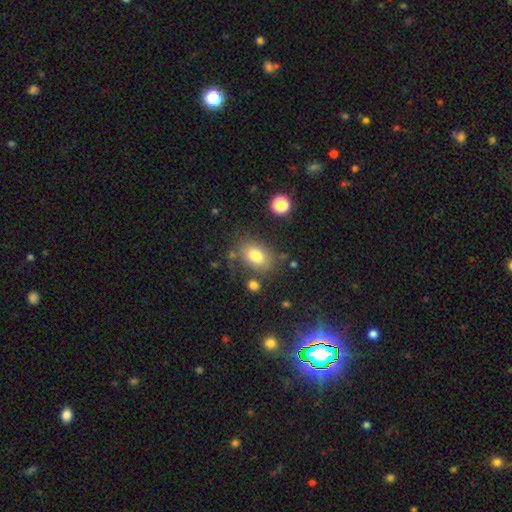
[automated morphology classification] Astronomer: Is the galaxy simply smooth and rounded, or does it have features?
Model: smooth — 78%.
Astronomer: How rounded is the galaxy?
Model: in between — 76%.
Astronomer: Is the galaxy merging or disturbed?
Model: none — 71%.